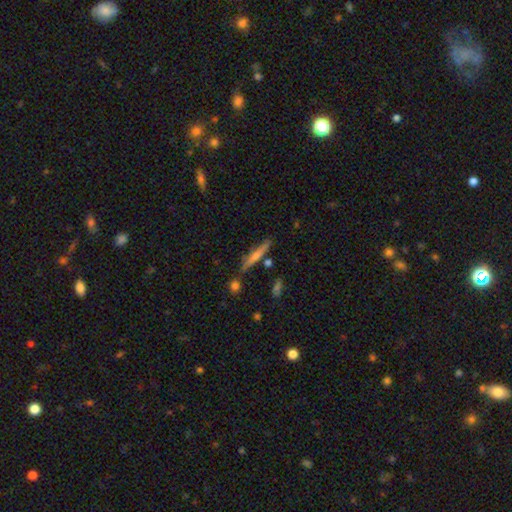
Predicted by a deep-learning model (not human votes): A featured or disk galaxy (50%).

Vote fractions:
- Smooth or featured? featured or disk: 50% / smooth: 43% / star or artifact: 7%
- Merging? none: 80% / minor disturbance: 11% / merger: 6% / major disturbance: 2%